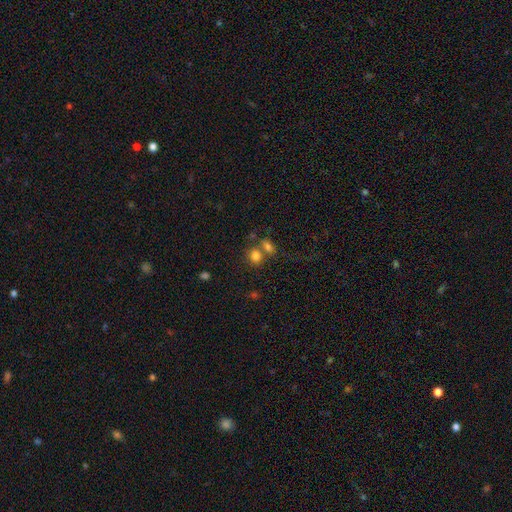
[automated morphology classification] Smooth or featured? Predicted: smooth (p=0.79). How rounded? Predicted: round (p=0.63). Merging? Predicted: none (p=0.48).